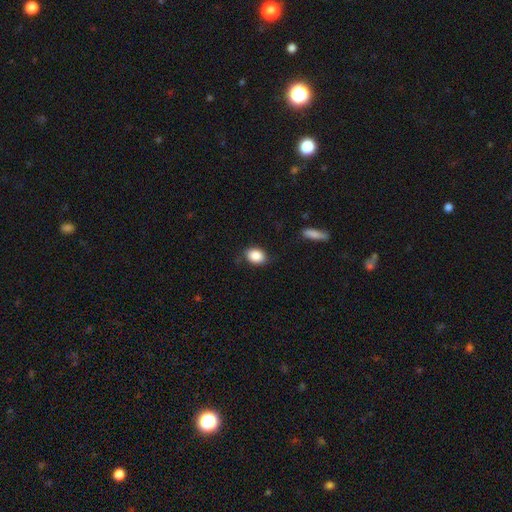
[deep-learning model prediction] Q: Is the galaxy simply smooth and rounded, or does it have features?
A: smooth — 87%.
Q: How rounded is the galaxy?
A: in between — 69%.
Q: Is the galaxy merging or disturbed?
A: none — 77%.